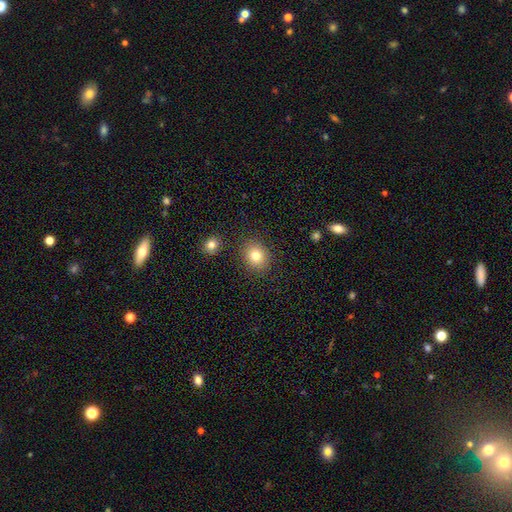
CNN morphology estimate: Smooth or featured?
  - smooth: 81% *
  - star or artifact: 11%
  - featured or disk: 8%
How rounded?
  - round: 72% *
  - in between: 28%
  - cigar-shaped: 1%
Merging?
  - none: 86% *
  - minor disturbance: 8%
  - merger: 3%
  - major disturbance: 3%